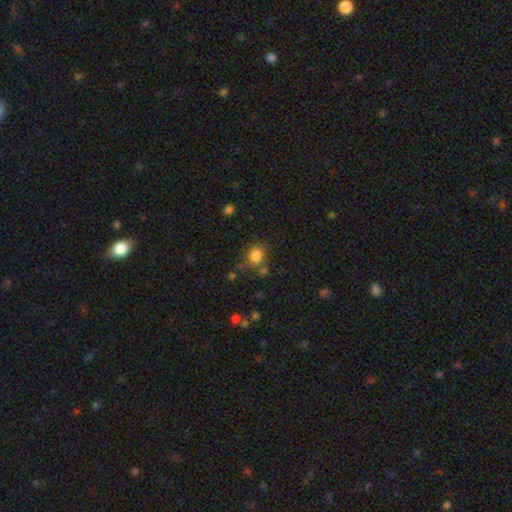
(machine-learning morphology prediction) smooth_or_featured: smooth (p=0.83) [alt: star or artifact p=0.11]
how_rounded: round (p=0.72) [alt: in between p=0.27]
merging: none (p=0.73) [alt: minor disturbance p=0.13]